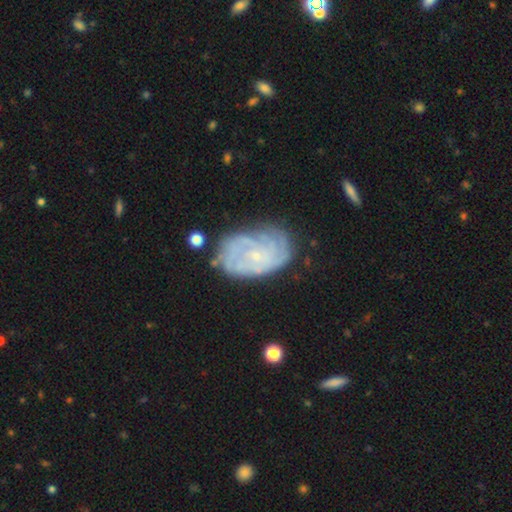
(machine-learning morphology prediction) smooth_or_featured: featured or disk (p=0.77) [alt: smooth p=0.16]
disk_edge_on: no (p=0.97) [alt: yes p=0.03]
bar: no (p=0.77) [alt: weak p=0.20]
has_spiral_arms: yes (p=0.89) [alt: no p=0.11]
spiral_winding: tight (p=0.69) [alt: medium p=0.24]
spiral_arm_count: can't tell (p=0.45) [alt: 4 p=0.16]
bulge_size: small (p=0.81) [alt: moderate p=0.13]
merging: none (p=0.66) [alt: minor disturbance p=0.23]